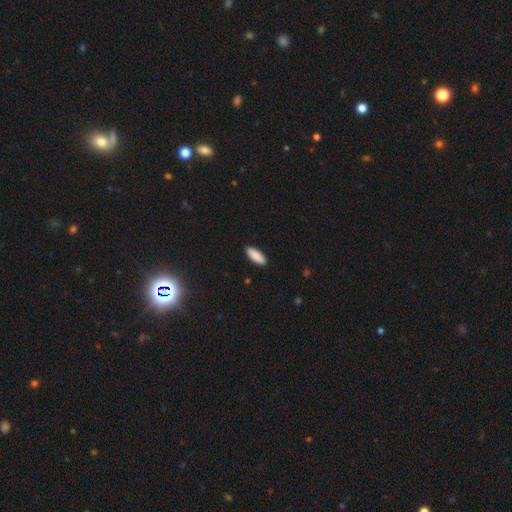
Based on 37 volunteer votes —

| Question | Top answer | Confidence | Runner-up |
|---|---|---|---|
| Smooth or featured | smooth | 89% | featured or disk (5%) |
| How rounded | in between | 76% | cigar-shaped (24%) |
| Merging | none | 89% | minor disturbance (6%) |